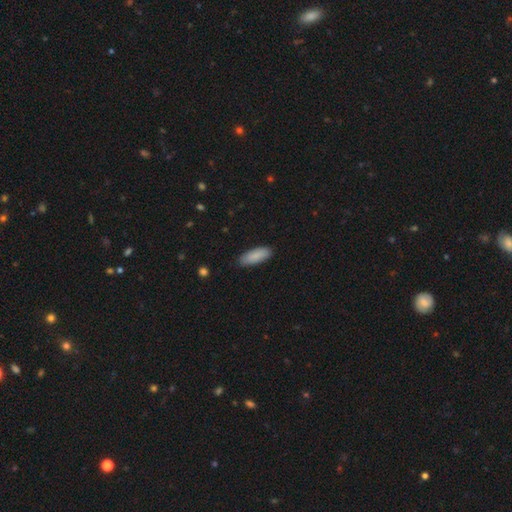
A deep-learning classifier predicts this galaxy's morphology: A smooth galaxy with no disk features (89%) that is in between round and cigar-shaped (70%). Merging: none (87%).